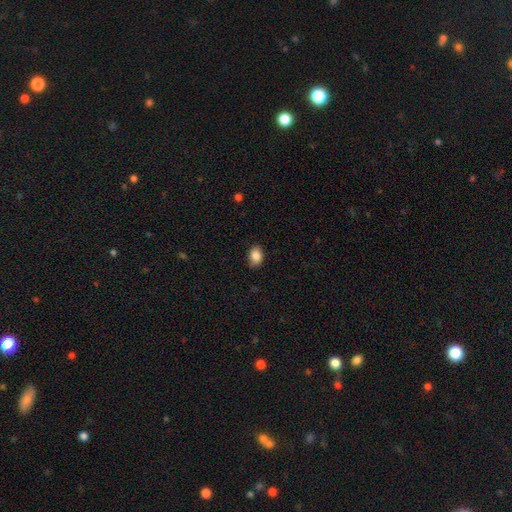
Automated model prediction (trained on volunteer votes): This is clearly a smooth galaxy (86%). How rounded: likely in between (77%). Merging: likely none (78%).